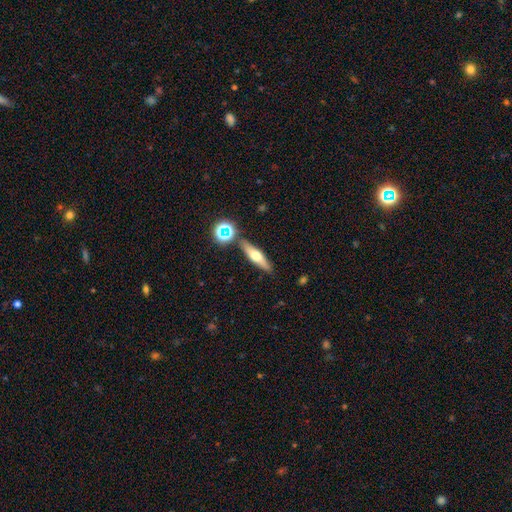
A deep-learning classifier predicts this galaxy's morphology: Smooth or featured? smooth (46%)
Merging? none (83%)